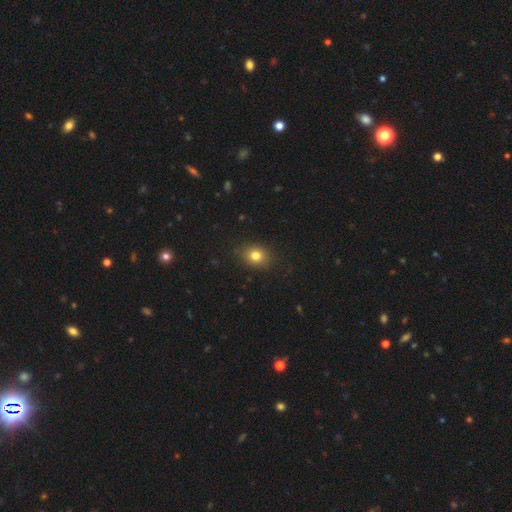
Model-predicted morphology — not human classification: Q: Smooth or featured?
A: smooth (80%); runner-up: star or artifact (12%)
Q: How rounded?
A: round (53%); runner-up: in between (46%)
Q: Merging?
A: none (87%); runner-up: minor disturbance (9%)